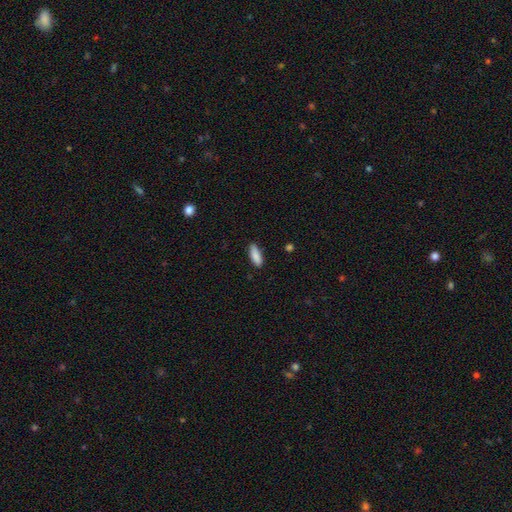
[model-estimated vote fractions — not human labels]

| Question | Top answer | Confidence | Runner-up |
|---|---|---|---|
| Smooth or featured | smooth | 88% | star or artifact (6%) |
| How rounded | in between | 60% | cigar-shaped (38%) |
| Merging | none | 85% | minor disturbance (11%) |